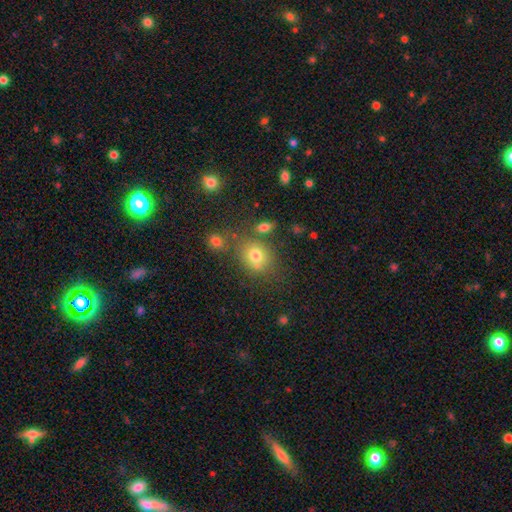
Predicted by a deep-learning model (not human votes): Overall: smooth (74%). How rounded: round (59%; in between 39%). Merging: none (63%).